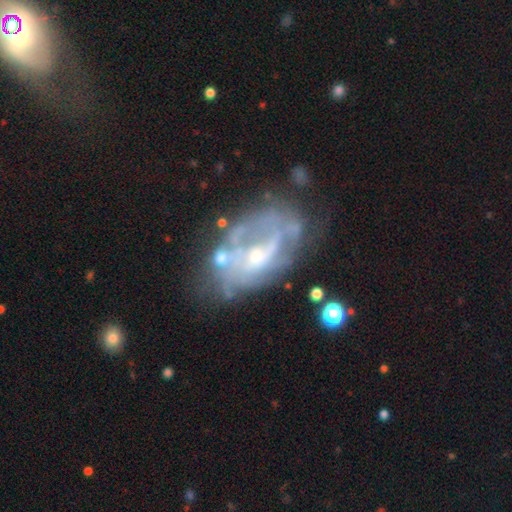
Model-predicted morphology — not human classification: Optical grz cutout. It shows a featured or disk galaxy (75%) with no bar (60%), spiral arms (50%, tied with no) and a small central bulge (55%). Merging: none (48%).